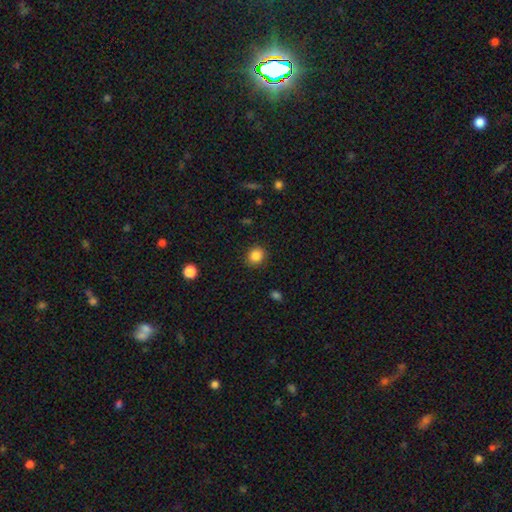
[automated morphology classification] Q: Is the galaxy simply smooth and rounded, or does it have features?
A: smooth — 86%.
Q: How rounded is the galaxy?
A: round — 81%.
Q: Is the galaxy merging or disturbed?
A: none — 89%.